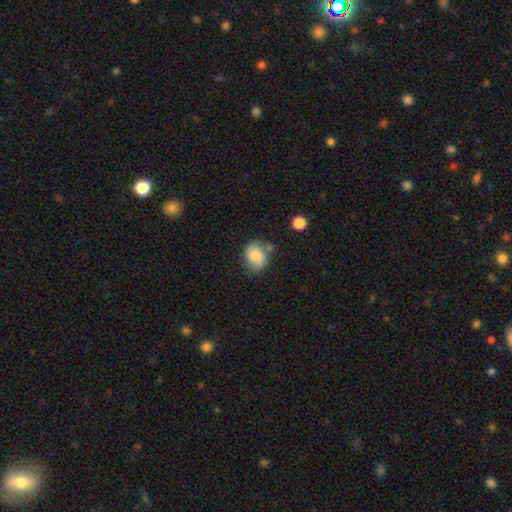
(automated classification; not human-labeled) Smooth or featured? Predicted: smooth (p=0.74). How rounded? Predicted: in between (p=0.57). Merging? Predicted: none (p=0.58).